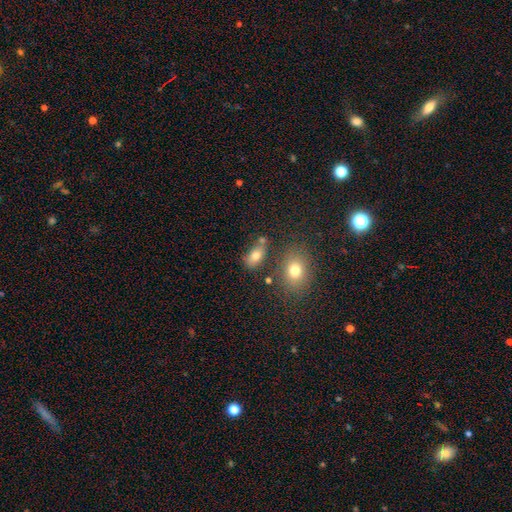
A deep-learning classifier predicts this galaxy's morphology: Q: Smooth or featured?
A: smooth (74%); runner-up: featured or disk (13%)
Q: How rounded?
A: in between (83%); runner-up: round (13%)
Q: Merging?
A: none (62%); runner-up: merger (16%)